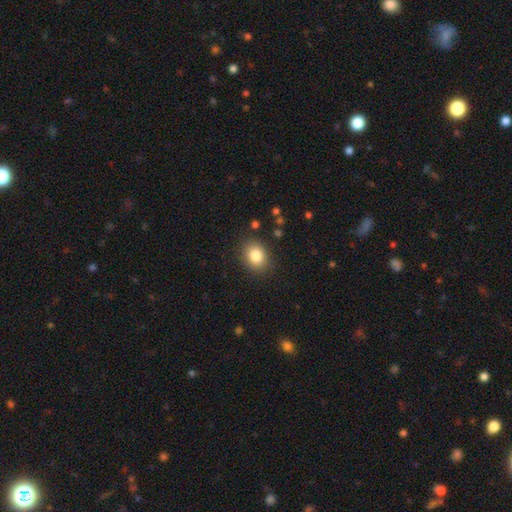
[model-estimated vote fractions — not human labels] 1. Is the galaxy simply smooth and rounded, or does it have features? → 84% smooth, 9% star or artifact, 7% featured or disk.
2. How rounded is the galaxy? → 52% round, 47% in between, 1% cigar-shaped.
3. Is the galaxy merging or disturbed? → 87% none, 9% minor disturbance, 3% major disturbance, 1% merger.